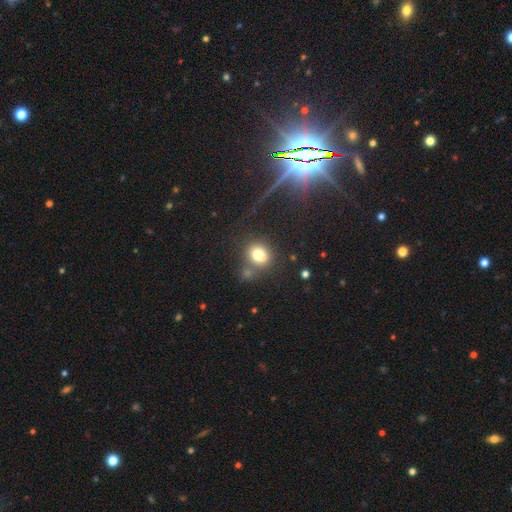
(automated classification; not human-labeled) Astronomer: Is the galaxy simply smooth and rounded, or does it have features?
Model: smooth — 74%.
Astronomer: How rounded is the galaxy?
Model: round — 69%.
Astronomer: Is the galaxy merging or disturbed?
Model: none — 59%.